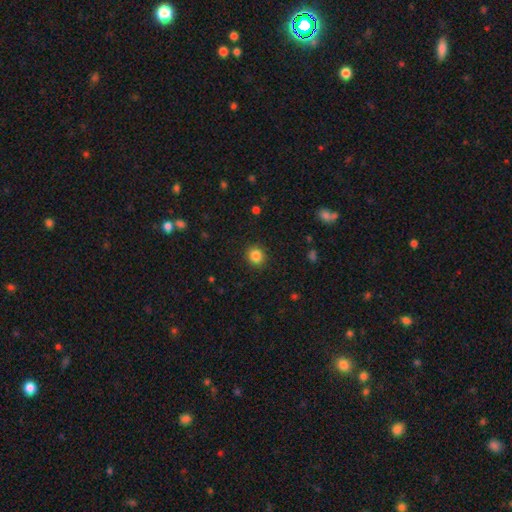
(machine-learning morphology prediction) A smooth galaxy with no disk features (85%) that is round (86%).

Vote fractions:
- Smooth or featured? smooth: 85% / star or artifact: 11% / featured or disk: 4%
- How rounded? round: 86% / in between: 13% / cigar-shaped: 1%
- Merging? none: 91% / minor disturbance: 6% / major disturbance: 2% / merger: 1%